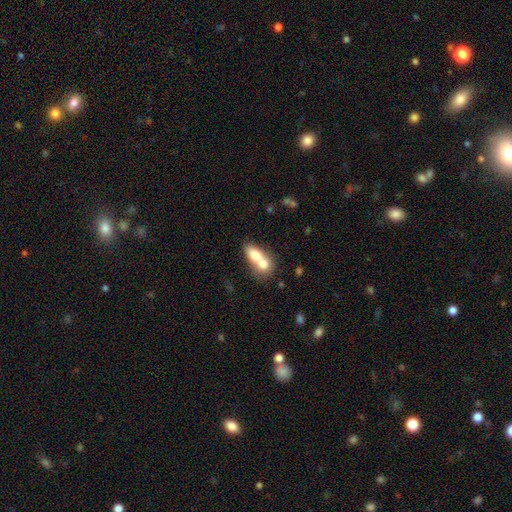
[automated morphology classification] A smooth galaxy with no disk features (68%) that is in between round and cigar-shaped (70%).

Vote fractions:
- Smooth or featured? smooth: 68% / featured or disk: 25% / star or artifact: 7%
- How rounded? in between: 70% / round: 23% / cigar-shaped: 7%
- Merging? merger: 73% / none: 17% / minor disturbance: 6% / major disturbance: 4%